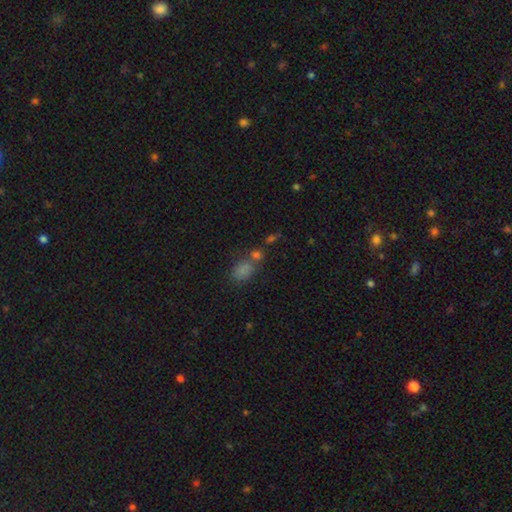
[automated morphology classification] smooth 66%, star or artifact 26%, featured or disk 8%. Down the decision tree: how rounded — in between (65%); merging — none (56%).